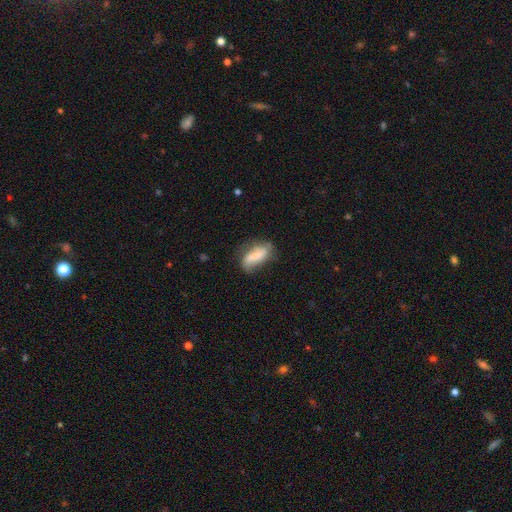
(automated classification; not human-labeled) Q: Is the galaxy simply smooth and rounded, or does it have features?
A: smooth — 56%.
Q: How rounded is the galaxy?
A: in between — 81%.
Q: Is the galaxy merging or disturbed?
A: none — 52%.